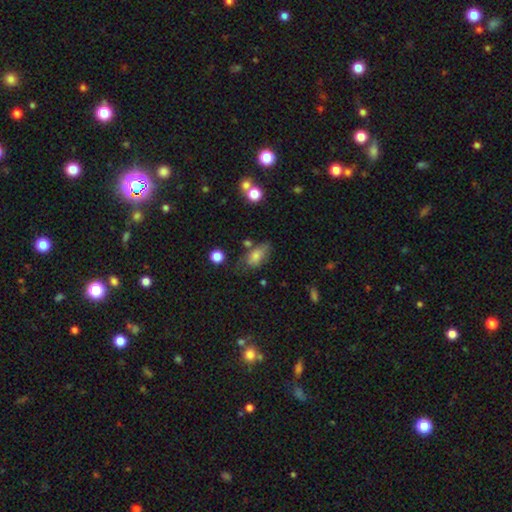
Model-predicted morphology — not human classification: The model was most divided on "merging": none: 50%, minor disturbance: 30%, major disturbance: 13%, merger: 7%. More confident: how rounded — in between (85%); smooth or featured — smooth (74%).